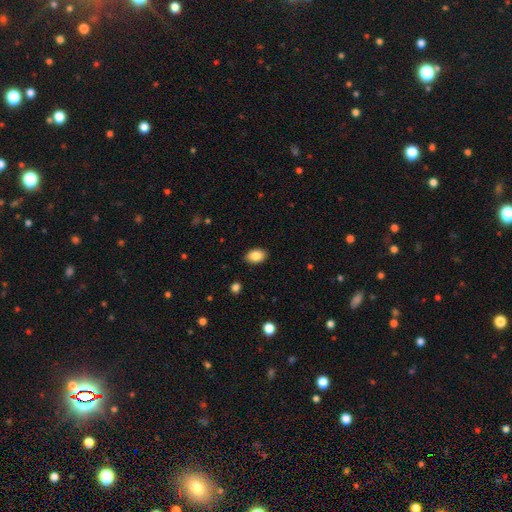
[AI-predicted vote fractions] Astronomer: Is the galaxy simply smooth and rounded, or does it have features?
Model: smooth — 86%.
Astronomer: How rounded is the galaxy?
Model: in between — 86%.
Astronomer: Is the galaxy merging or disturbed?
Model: none — 89%.